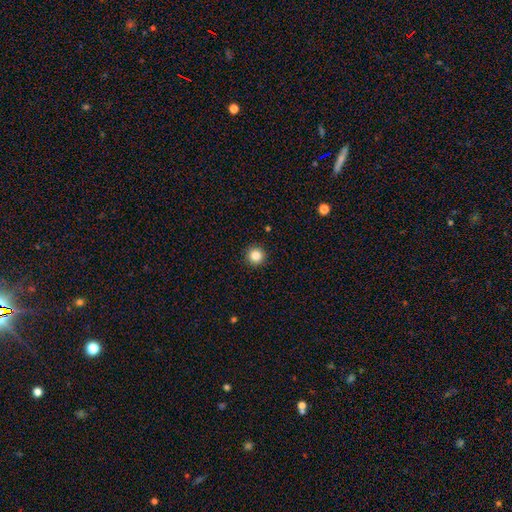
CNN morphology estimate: type=smooth (84%); roundness=round (96%); merging=none (93%).